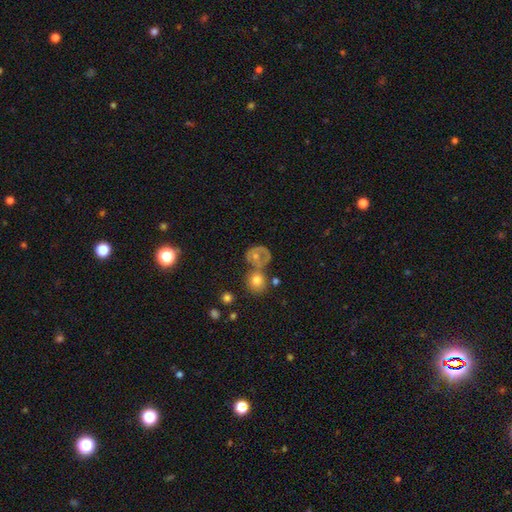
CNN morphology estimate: This is marginally a smooth galaxy (43%). Merging: marginally none (44%).